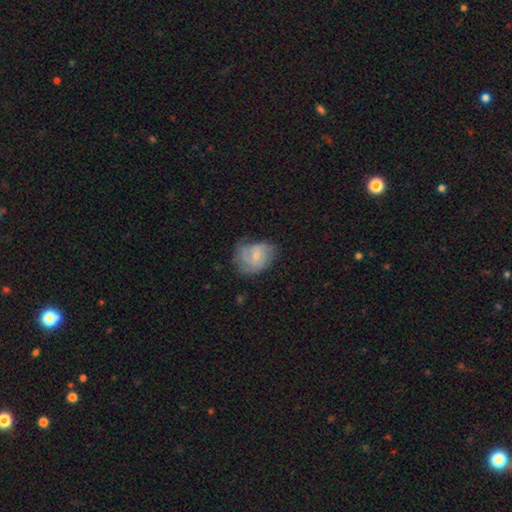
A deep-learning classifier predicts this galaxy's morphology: A featured or disk galaxy (64%) with no bar (55%), 2 (37%) medium (43%) spiral arms (87%) and a small central bulge (65%).

Vote fractions:
- Smooth or featured? featured or disk: 64% / smooth: 29% / star or artifact: 7%
- Edge-on disk? no: 98% / yes: 2%
- Bar? no: 55% / weak: 39% / strong: 6%
- Spiral arms? yes: 87% / no: 13%
- Spiral winding? medium: 43% / tight: 39% / loose: 18%
- Spiral arm count? 2: 37% / can't tell: 27% / 3: 22% / 1: 6% / 4: 4% / more than 4: 3%
- Bulge size? small: 65% / moderate: 29% / none: 4% / large: 1% / dominant: 1%
- Merging? none: 55% / minor disturbance: 29% / major disturbance: 14% / merger: 2%